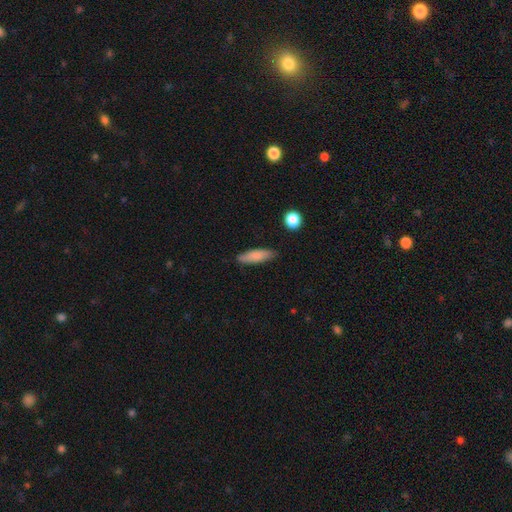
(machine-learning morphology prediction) This is clearly a smooth galaxy (81%). How rounded: possibly cigar-shaped (57%). Merging: clearly none (81%).